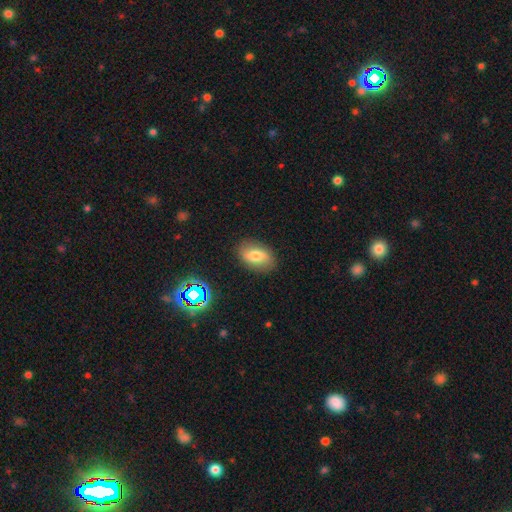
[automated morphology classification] A smooth galaxy with no disk features (68%) that is in between round and cigar-shaped (86%). Merging: none (84%).